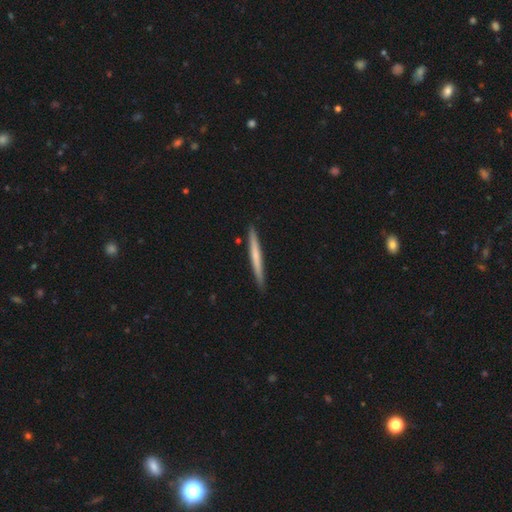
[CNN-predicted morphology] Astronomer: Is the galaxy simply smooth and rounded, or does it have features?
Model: smooth — 55% (runner-up: featured or disk, 40%).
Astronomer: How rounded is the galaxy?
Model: cigar-shaped — 97%.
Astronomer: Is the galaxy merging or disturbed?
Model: none — 91%.